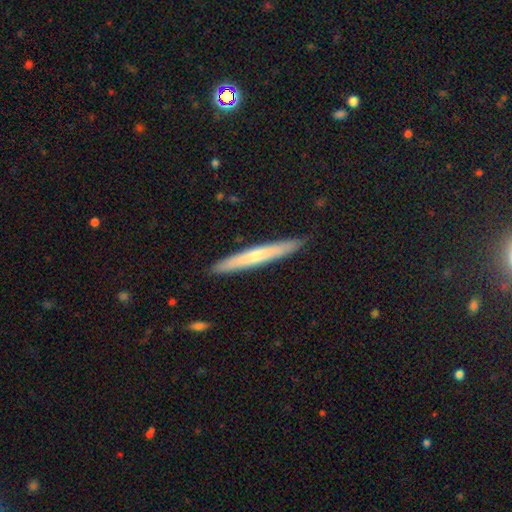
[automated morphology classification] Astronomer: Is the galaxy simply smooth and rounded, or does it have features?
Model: smooth — 57% (runner-up: featured or disk, 38%).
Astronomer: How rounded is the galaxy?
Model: cigar-shaped — 96%.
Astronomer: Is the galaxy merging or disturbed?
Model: none — 89%.